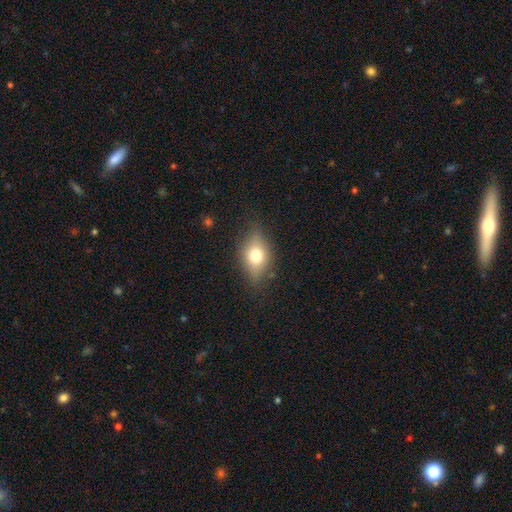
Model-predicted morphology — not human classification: A smooth galaxy with no disk features (68%) that is in between round and cigar-shaped (76%).

Vote fractions:
- Smooth or featured? smooth: 68% / featured or disk: 22% / star or artifact: 10%
- How rounded? in between: 76% / round: 19% / cigar-shaped: 5%
- Merging? none: 77% / minor disturbance: 17% / major disturbance: 5% / merger: 1%